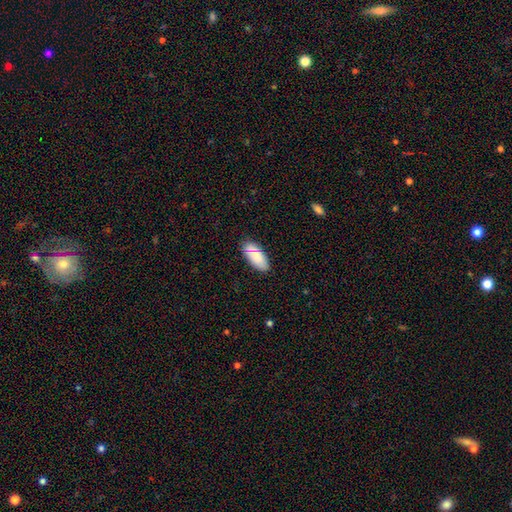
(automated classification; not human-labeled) A smooth galaxy with no disk features (79%) that is in between round and cigar-shaped (90%). Merging: none (80%).